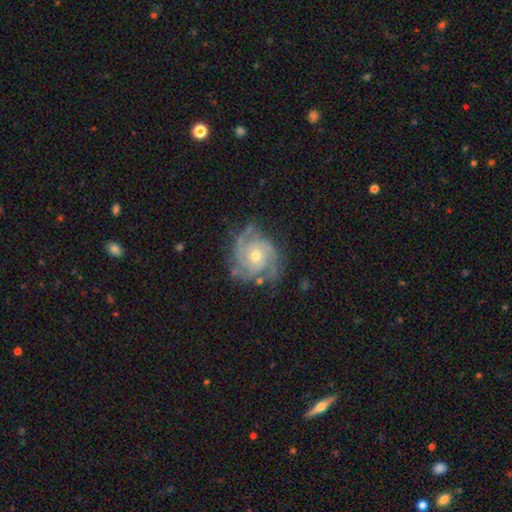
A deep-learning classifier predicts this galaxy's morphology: This appears to be a featured or disk galaxy (89%) with no bar (77%), 3 (41%) tight (61%) spiral arms (98%) and a small central bulge (48%, tied with moderate). Merging: none (73%).